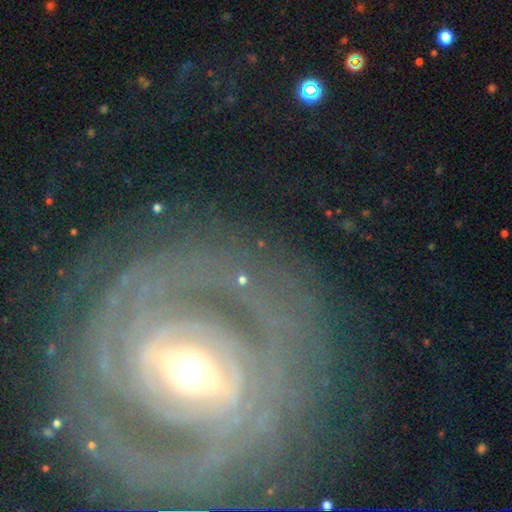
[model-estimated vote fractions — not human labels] Smooth or featured?
  - featured or disk: 83% *
  - smooth: 9%
  - star or artifact: 9%
Edge-on disk?
  - no: 95% *
  - yes: 5%
Bar?
  - strong: 43% *
  - weak: 35%
  - no: 22%
Spiral arms?
  - yes: 88% *
  - no: 12%
Spiral winding?
  - tight: 74% *
  - medium: 20%
  - loose: 6%
Spiral arm count?
  - can't tell: 32% *
  - 2: 27%
  - 3: 14%
  - 4: 10%
  - more than 4: 9%
  - 1: 8%
Bulge size?
  - moderate: 59% *
  - small: 30%
  - large: 9%
  - dominant: 2%
  - none: 1%
Merging?
  - none: 75% *
  - minor disturbance: 13%
  - major disturbance: 9%
  - merger: 3%